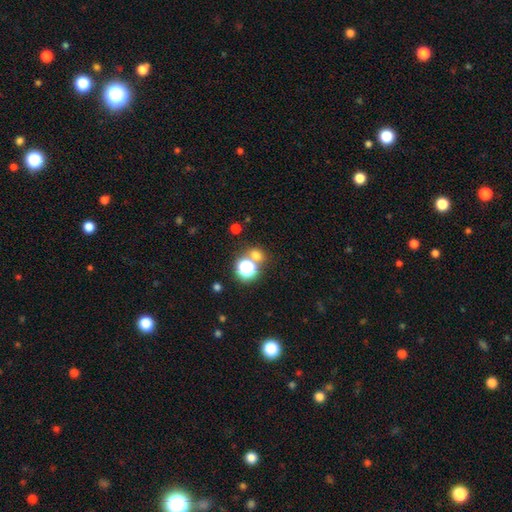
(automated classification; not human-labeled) The model was most divided on "smooth or featured": smooth: 63%, star or artifact: 30%, featured or disk: 8%. More confident: how rounded — round (74%); merging — none (67%).